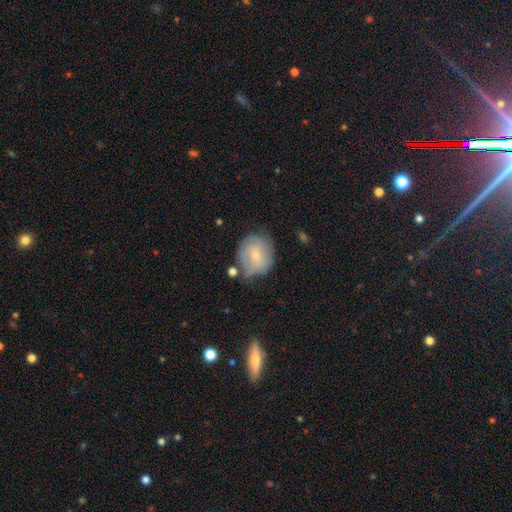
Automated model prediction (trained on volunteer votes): A smooth galaxy with no disk features (50%) that is round (71%). Merging: none (55%).